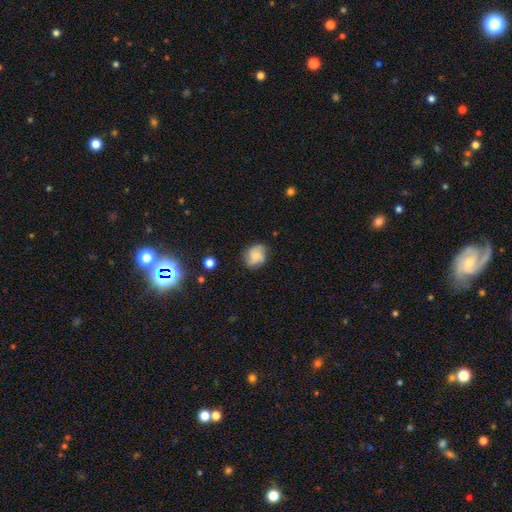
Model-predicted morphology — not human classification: smooth 50%, featured or disk 40%, star or artifact 10%. Down the decision tree: how rounded — round (60%); merging — none (73%).